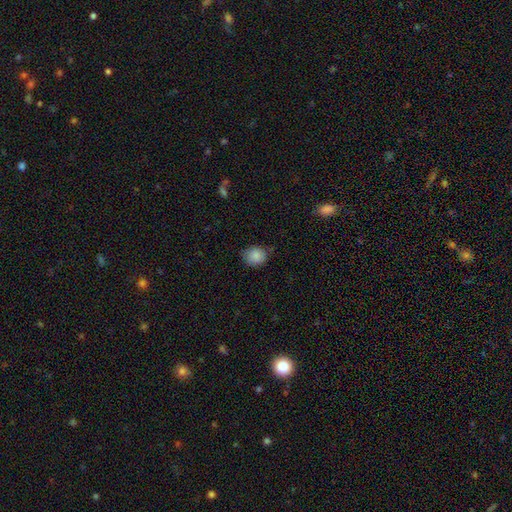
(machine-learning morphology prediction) smooth 87%, star or artifact 8%, featured or disk 5%. Down the decision tree: how rounded — round (73%); merging — none (74%).